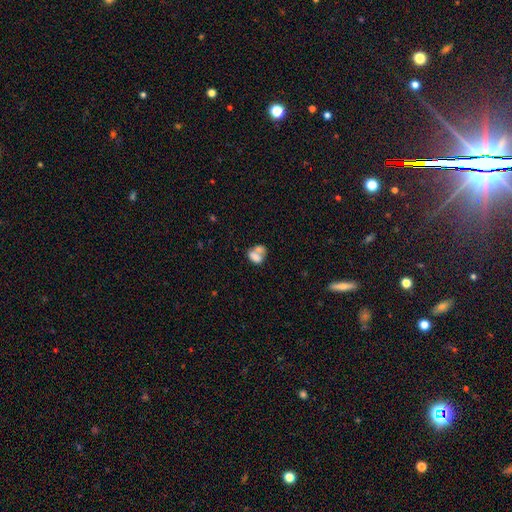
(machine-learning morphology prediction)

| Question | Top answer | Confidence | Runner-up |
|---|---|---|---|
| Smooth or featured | smooth | 71% | featured or disk (20%) |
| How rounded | in between | 73% | round (25%) |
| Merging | merger | 63% | none (22%) |